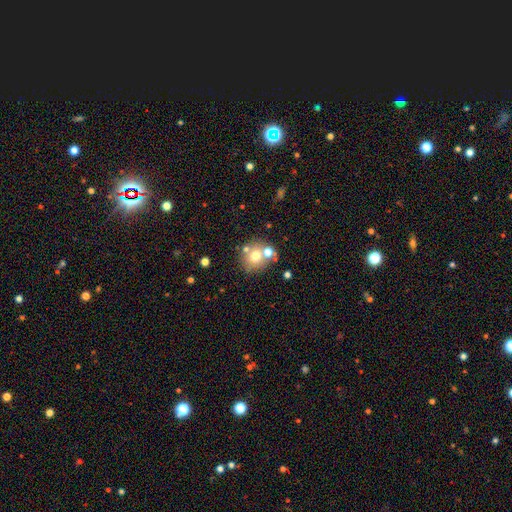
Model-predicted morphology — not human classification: A smooth galaxy with no disk features (66%) that is round (83%).

Vote fractions:
- Smooth or featured? smooth: 66% / featured or disk: 20% / star or artifact: 14%
- How rounded? round: 83% / in between: 17% / cigar-shaped: 1%
- Merging? none: 62% / merger: 24% / minor disturbance: 11% / major disturbance: 4%